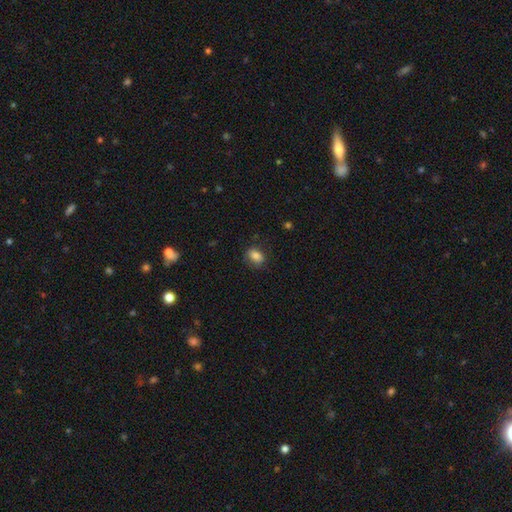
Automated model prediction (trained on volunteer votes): A smooth galaxy with no disk features (83%) that is in between round and cigar-shaped (74%). Merging: none (76%).